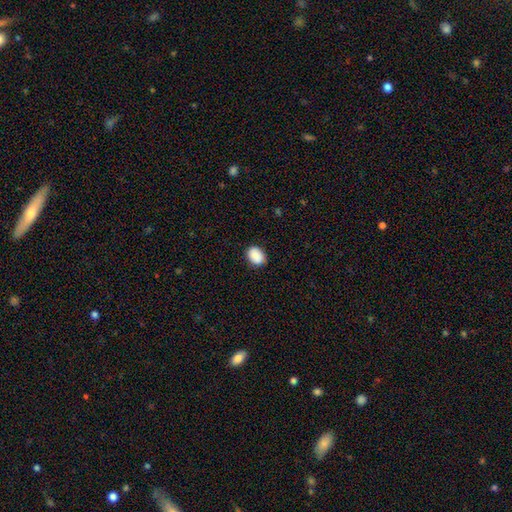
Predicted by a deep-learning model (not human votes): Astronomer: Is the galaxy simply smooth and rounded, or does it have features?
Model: smooth — 90%.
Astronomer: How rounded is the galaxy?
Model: in between — 71%.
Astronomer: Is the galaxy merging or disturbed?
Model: none — 85%.